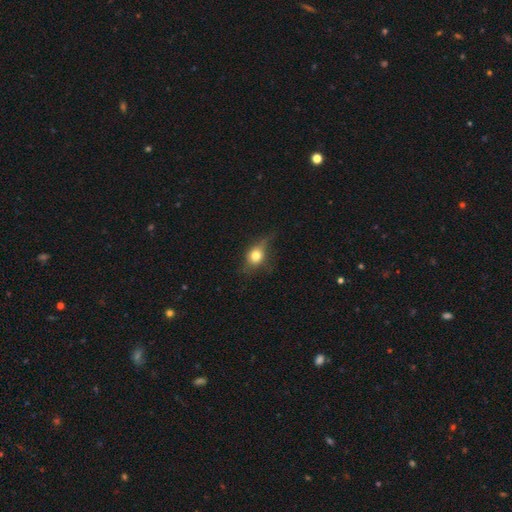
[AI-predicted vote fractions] smooth 63%, featured or disk 25%, star or artifact 12%. Down the decision tree: how rounded — round (48%); merging — none (55%).